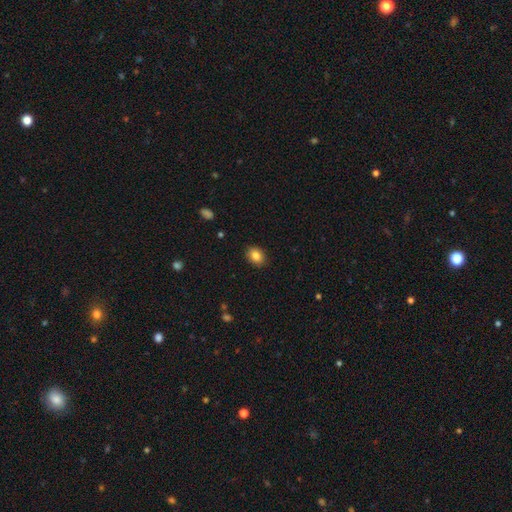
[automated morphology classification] A smooth galaxy with no disk features (85%) that is in between round and cigar-shaped (63%).

Vote fractions:
- Smooth or featured? smooth: 85% / star or artifact: 9% / featured or disk: 6%
- How rounded? in between: 63% / round: 36% / cigar-shaped: 1%
- Merging? none: 88% / minor disturbance: 9% / major disturbance: 2% / merger: 1%